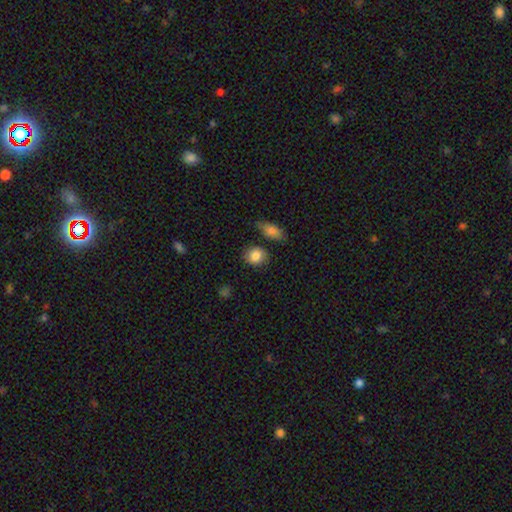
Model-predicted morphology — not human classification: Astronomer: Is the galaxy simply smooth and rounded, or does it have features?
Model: smooth — 85%.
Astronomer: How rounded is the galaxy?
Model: round — 70%.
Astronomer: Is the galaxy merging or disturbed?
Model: none — 76%.